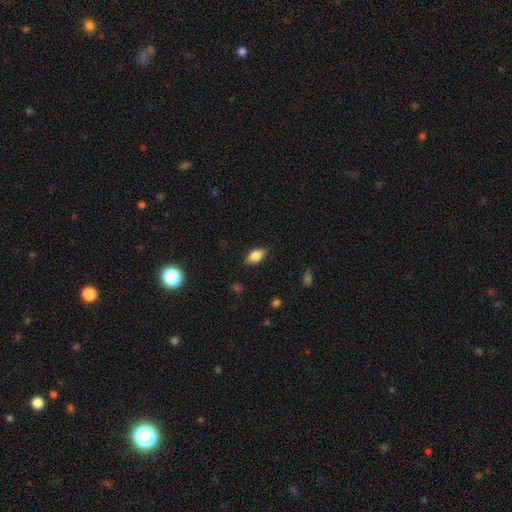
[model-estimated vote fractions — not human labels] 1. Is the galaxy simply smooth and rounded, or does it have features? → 70% smooth, 22% featured or disk, 8% star or artifact.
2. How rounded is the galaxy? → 85% in between, 9% cigar-shaped, 6% round.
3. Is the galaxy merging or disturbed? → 84% none, 12% minor disturbance, 3% major disturbance, 1% merger.